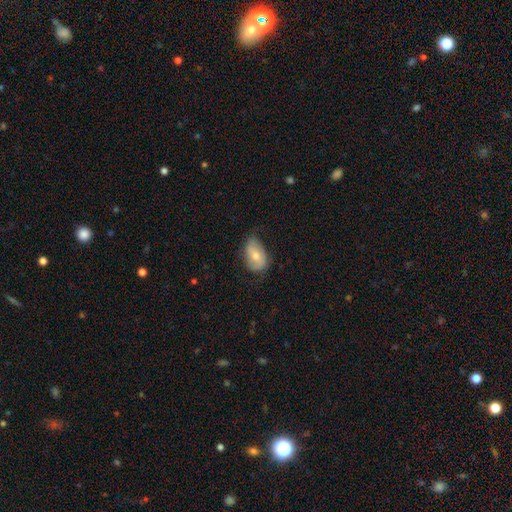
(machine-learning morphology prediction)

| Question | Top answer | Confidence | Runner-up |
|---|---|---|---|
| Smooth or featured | smooth | 67% | featured or disk (26%) |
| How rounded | in between | 87% | round (12%) |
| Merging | none | 57% | minor disturbance (34%) |